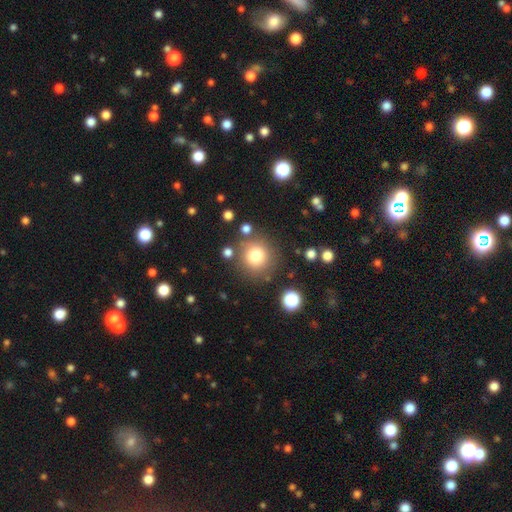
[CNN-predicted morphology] A smooth galaxy with no disk features (77%) that is round (93%). Merging: none (81%).